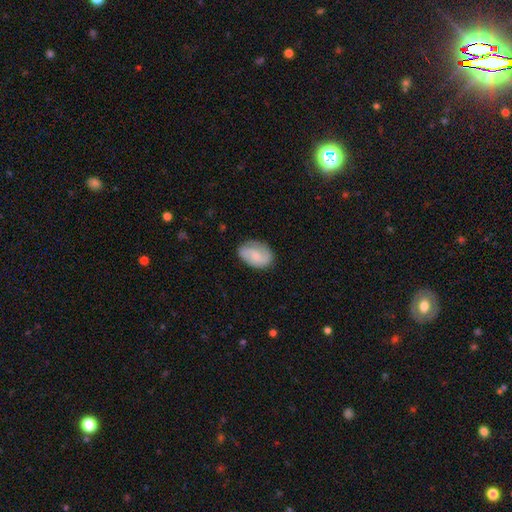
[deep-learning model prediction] Morphology: type=smooth (50%); roundness=in between (80%); merging=none (73%).